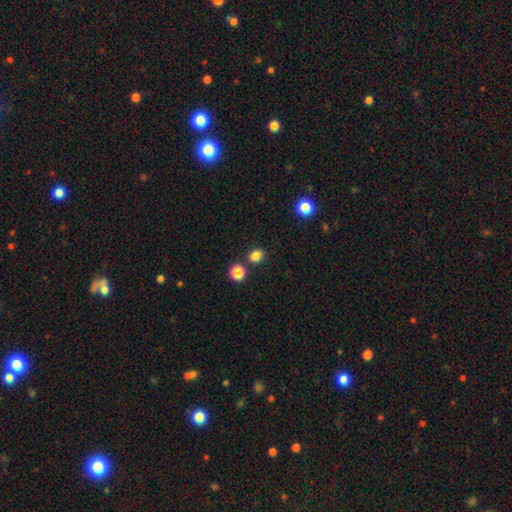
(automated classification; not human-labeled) The model was most divided on "how rounded": round: 50%, in between: 48%, cigar-shaped: 1%. More confident: smooth or featured — smooth (83%); merging — none (79%).